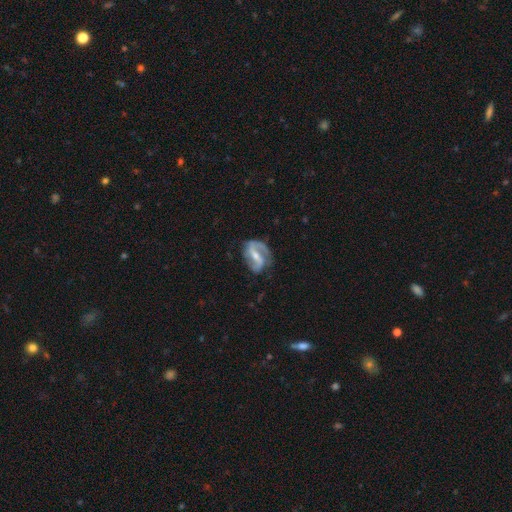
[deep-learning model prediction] Smooth or featured? featured or disk (84%)
Edge-on disk? no (96%)
Bar? strong (50%)
Spiral arms? yes (92%)
Spiral winding? medium (46%)
Spiral arm count? 2 (81%)
Bulge size? moderate (50%)
Merging? none (64%)